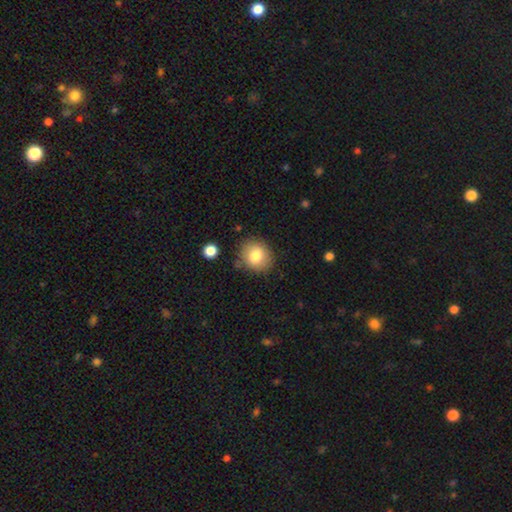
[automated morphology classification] Q: Smooth or featured?
A: smooth (80%); runner-up: featured or disk (11%)
Q: How rounded?
A: round (72%); runner-up: in between (27%)
Q: Merging?
A: none (82%); runner-up: minor disturbance (12%)